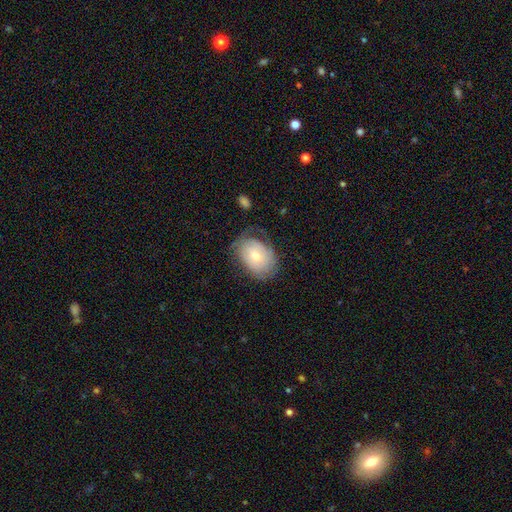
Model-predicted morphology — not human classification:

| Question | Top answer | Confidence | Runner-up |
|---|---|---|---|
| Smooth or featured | smooth | 54% | featured or disk (39%) |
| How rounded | in between | 74% | round (25%) |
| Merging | none | 58% | minor disturbance (28%) |